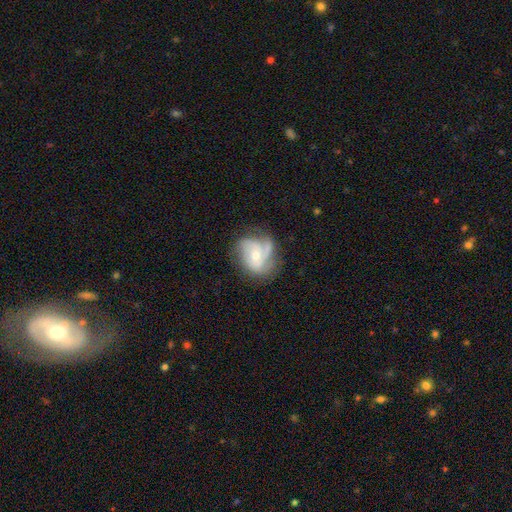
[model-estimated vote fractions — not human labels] A featured or disk galaxy (71%) with no bar (72%), 3 (40%) medium (42%) spiral arms (88%) and a small central bulge (49%). Merging: none (52%).